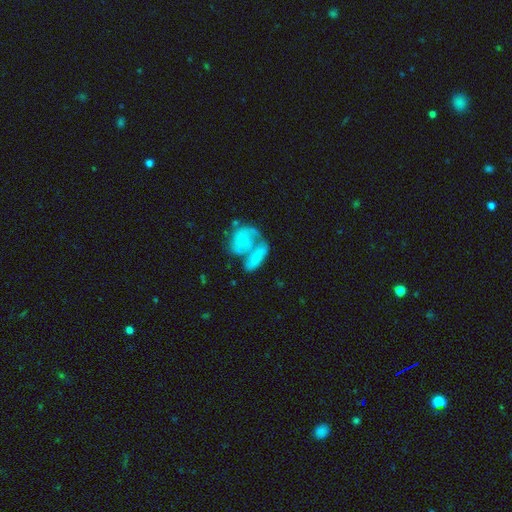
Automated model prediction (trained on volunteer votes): The model was most divided on "smooth or featured": smooth: 53%, featured or disk: 38%, star or artifact: 9%. More confident: how rounded — in between (67%); merging — merger (53%).